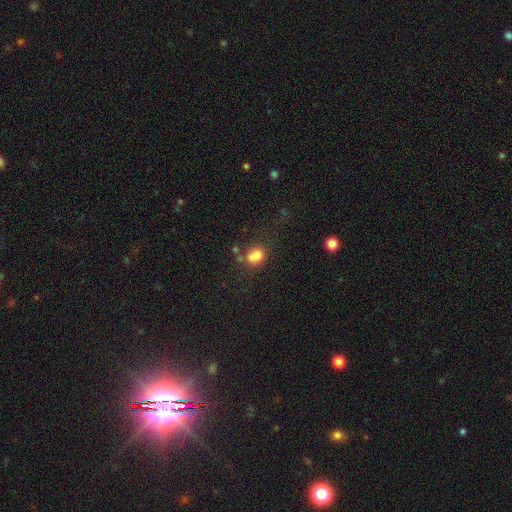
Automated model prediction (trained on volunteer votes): Smooth or featured: smooth — 79% (star or artifact — 13%)
How rounded: in between — 60% (round — 38%)
Merging: none — 52% (minor disturbance — 21%)